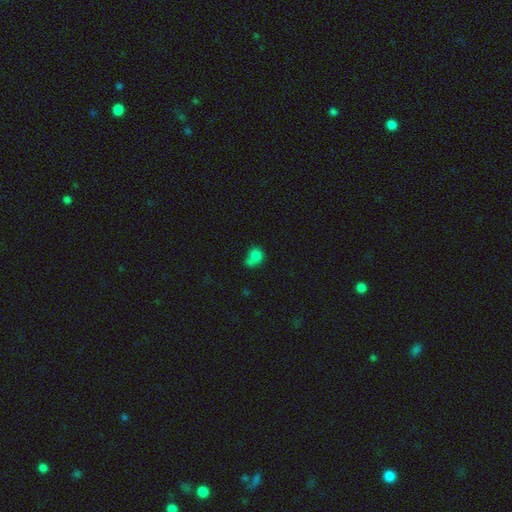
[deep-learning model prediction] Smooth or featured?
  - smooth: 78% *
  - star or artifact: 11%
  - featured or disk: 11%
How rounded?
  - round: 64% *
  - in between: 35%
  - cigar-shaped: 1%
Merging?
  - none: 36% *
  - merger: 27%
  - minor disturbance: 22%
  - major disturbance: 15%